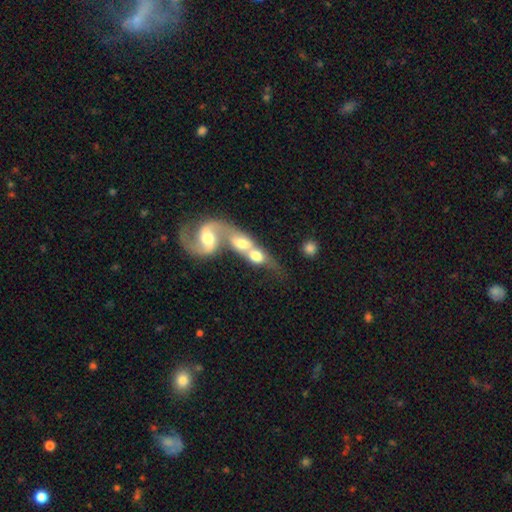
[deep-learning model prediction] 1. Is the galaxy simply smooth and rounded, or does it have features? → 47% featured or disk, 45% smooth, 8% star or artifact.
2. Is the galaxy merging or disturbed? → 82% merger, 9% none, 4% major disturbance, 4% minor disturbance.